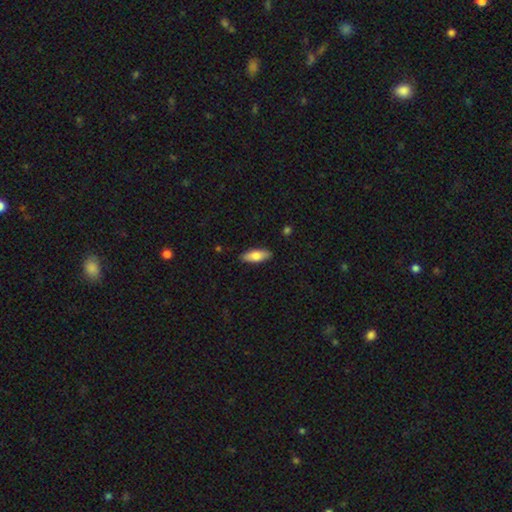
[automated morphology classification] Overall: smooth (78%). How rounded: in between (72%). Merging: none (88%).